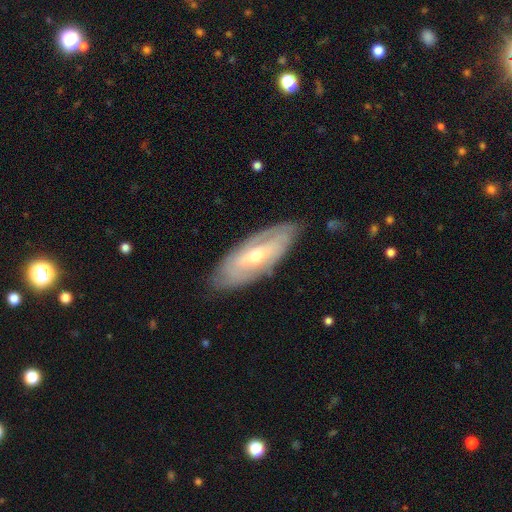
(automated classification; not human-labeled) featured or disk 68%, smooth 25%, star or artifact 6%. Down the decision tree: edge-on disk — no (81%); bar — no (44%); spiral arms — yes (68%); bulge size — moderate (54%); merging — none (78%).